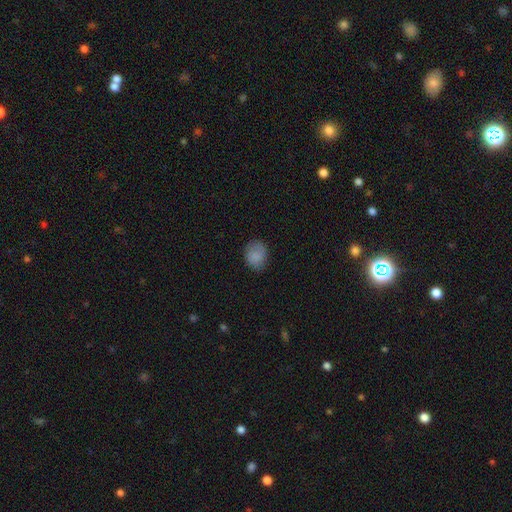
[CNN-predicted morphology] This appears to be a smooth galaxy with no disk features (84%) that is in between round and cigar-shaped (51%). Merging: none (75%).